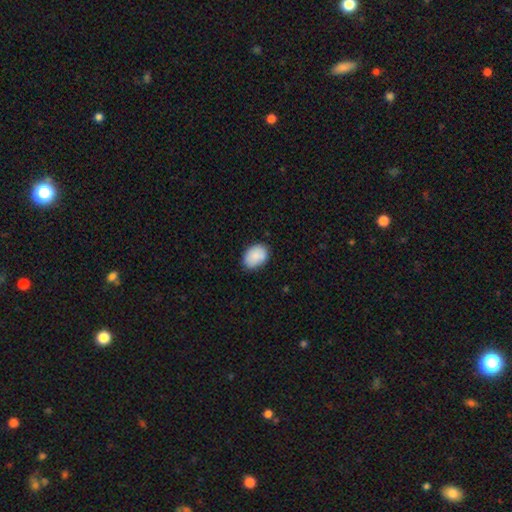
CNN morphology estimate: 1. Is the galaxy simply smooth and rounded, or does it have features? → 86% smooth, 7% star or artifact, 7% featured or disk.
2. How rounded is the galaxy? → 79% in between, 20% round, 1% cigar-shaped.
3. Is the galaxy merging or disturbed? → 78% none, 17% minor disturbance, 3% major disturbance, 2% merger.